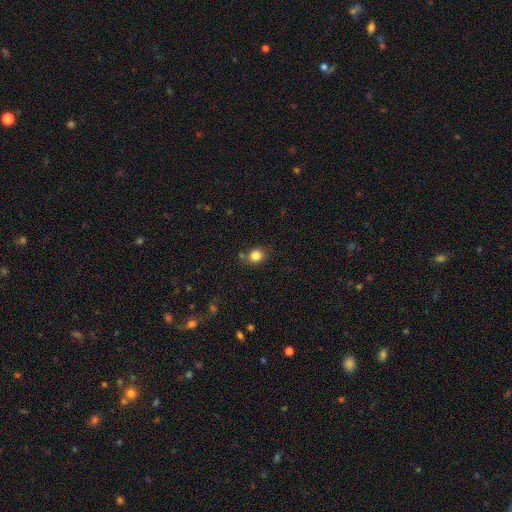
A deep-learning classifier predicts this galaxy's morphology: A smooth galaxy with no disk features (83%) that is round (76%).

Vote fractions:
- Smooth or featured? smooth: 83% / star or artifact: 11% / featured or disk: 6%
- How rounded? round: 76% / in between: 23% / cigar-shaped: 1%
- Merging? none: 75% / minor disturbance: 13% / merger: 8% / major disturbance: 4%